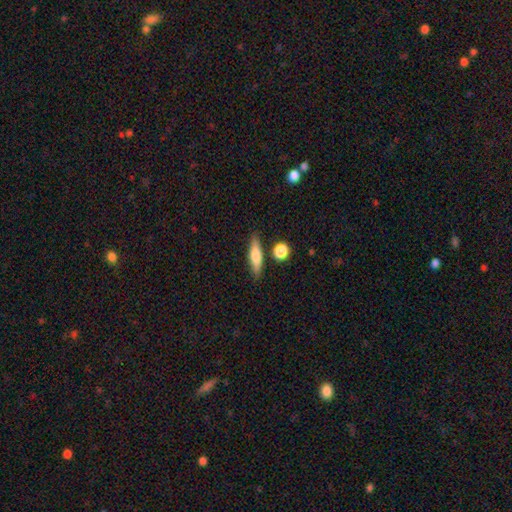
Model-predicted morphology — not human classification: Overall: smooth (67%). How rounded: cigar-shaped (66%; in between 30%). Merging: none (80%).